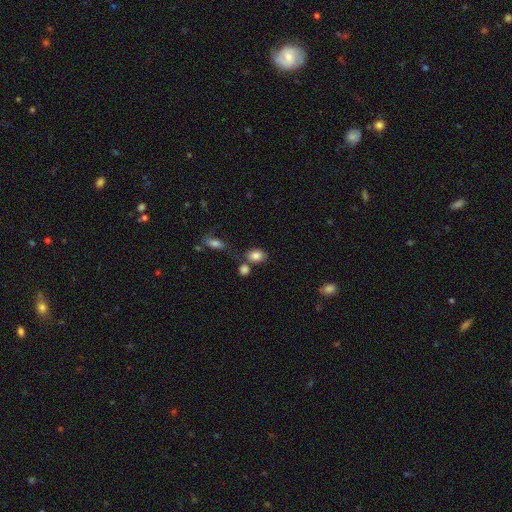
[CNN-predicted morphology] Smooth or featured?
  - smooth: 84% *
  - star or artifact: 9%
  - featured or disk: 7%
How rounded?
  - in between: 73% *
  - round: 25%
  - cigar-shaped: 2%
Merging?
  - none: 61% *
  - merger: 20%
  - minor disturbance: 14%
  - major disturbance: 5%